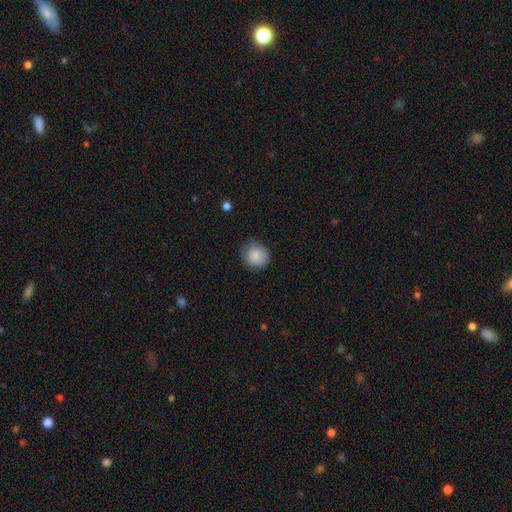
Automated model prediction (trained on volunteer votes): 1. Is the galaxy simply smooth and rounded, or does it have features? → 84% smooth, 8% featured or disk, 8% star or artifact.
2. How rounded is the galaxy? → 84% round, 15% in between, 1% cigar-shaped.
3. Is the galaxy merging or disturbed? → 73% none, 21% minor disturbance, 5% major disturbance, 1% merger.